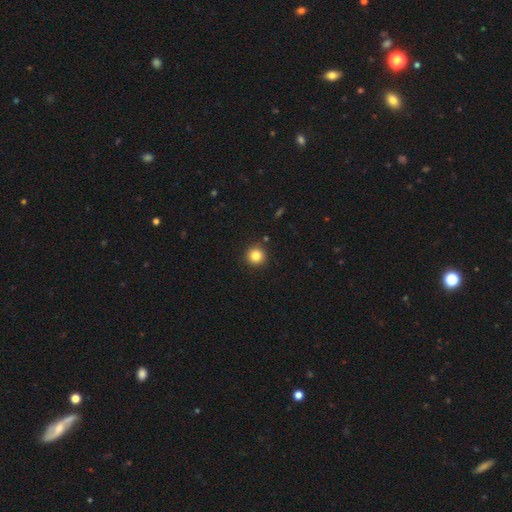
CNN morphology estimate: smooth-or-featured: smooth: 84% | star or artifact: 11% | featured or disk: 5%
  how-rounded: round: 95% | in between: 4% | cigar-shaped: 1%
  merging: none: 90% | minor disturbance: 6% | merger: 2% | major disturbance: 2%